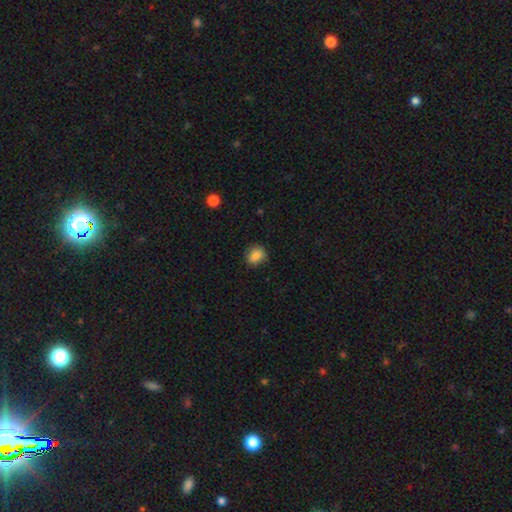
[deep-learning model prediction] Overall: smooth (86%). How rounded: round (56%; in between 43%). Merging: none (79%).